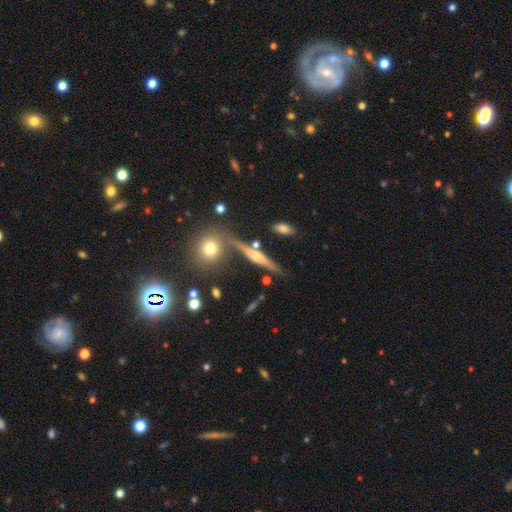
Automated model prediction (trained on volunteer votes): featured or disk 71%, smooth 20%, star or artifact 9%. Down the decision tree: edge-on disk — yes (94%); edge-on bulge — rounded (84%); merging — none (77%).